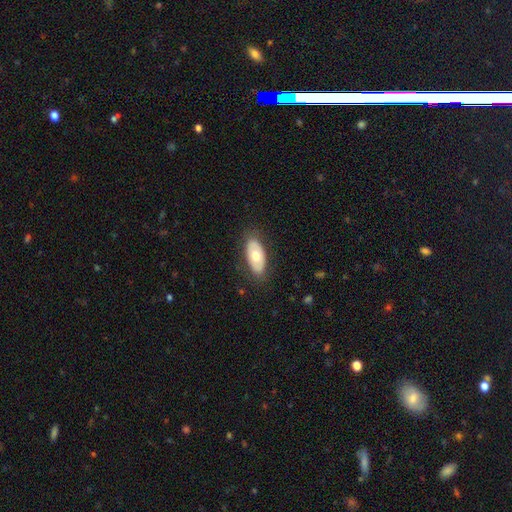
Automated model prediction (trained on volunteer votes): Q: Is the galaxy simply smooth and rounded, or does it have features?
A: smooth — 56%.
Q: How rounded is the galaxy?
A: in between — 93%.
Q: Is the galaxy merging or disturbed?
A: none — 82%.